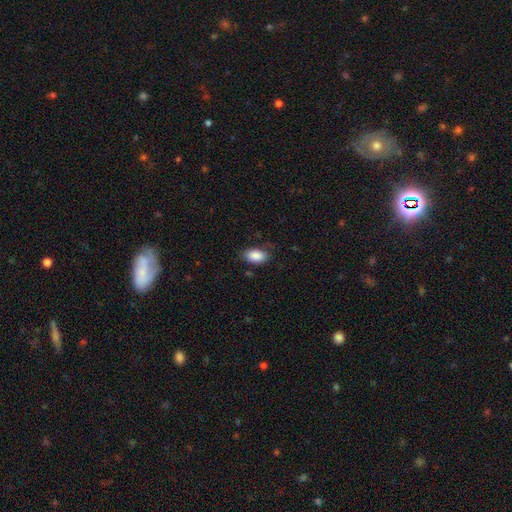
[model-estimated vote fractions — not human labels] Smooth or featured?
  - smooth: 88% *
  - star or artifact: 7%
  - featured or disk: 5%
How rounded?
  - in between: 92% *
  - round: 6%
  - cigar-shaped: 2%
Merging?
  - none: 77% *
  - minor disturbance: 17%
  - major disturbance: 4%
  - merger: 1%